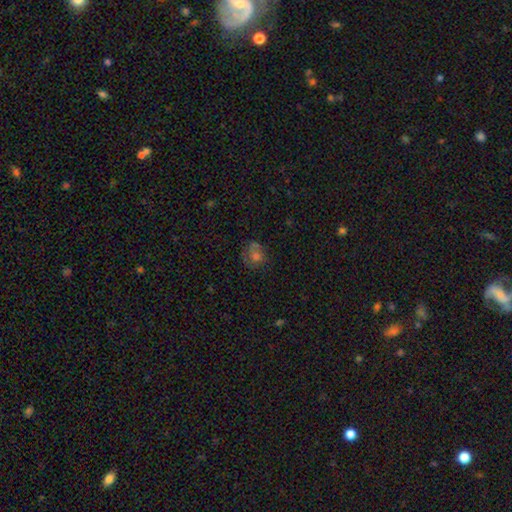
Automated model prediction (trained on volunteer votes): This is possibly a smooth galaxy (53%). How rounded: likely round (73%). Merging: possibly none (57%).